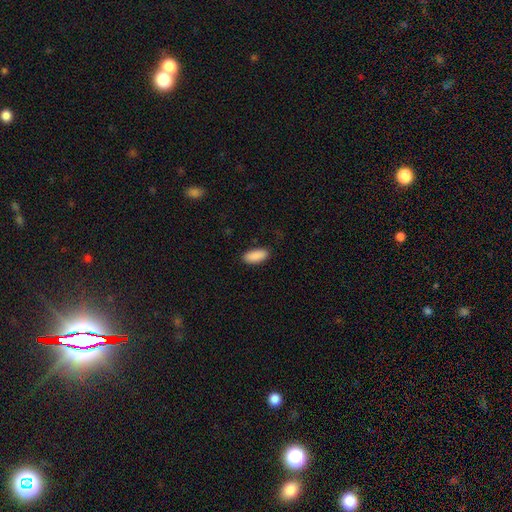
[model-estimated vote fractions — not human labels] Smooth or featured?
  - smooth: 91% *
  - star or artifact: 6%
  - featured or disk: 3%
How rounded?
  - in between: 88% *
  - cigar-shaped: 10%
  - round: 2%
Merging?
  - none: 87% *
  - minor disturbance: 9%
  - major disturbance: 2%
  - merger: 1%